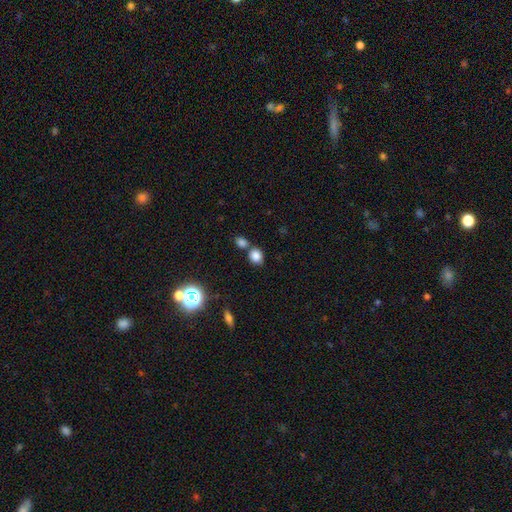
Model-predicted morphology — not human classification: This appears to be a smooth galaxy with no disk features (82%) that is round (66%). Merging: none (58%).